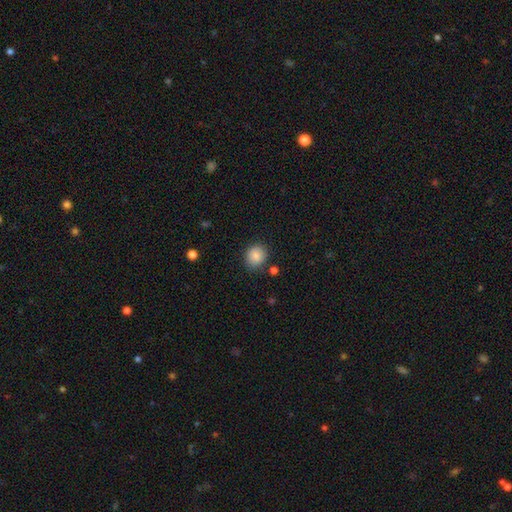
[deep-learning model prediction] This is clearly a smooth galaxy (86%). How rounded: likely round (77%). Merging: clearly none (83%).